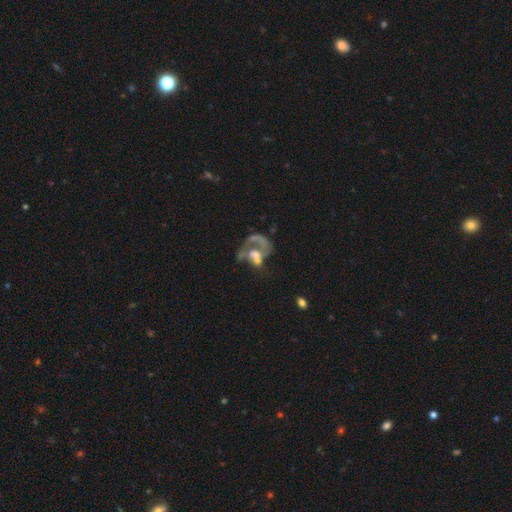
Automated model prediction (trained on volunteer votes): This is likely a featured or disk galaxy (68%). It is clearly not viewed edge-on (98%). Bar: likely no (77%). Spiral arm pattern: possibly yes (50%, tied with no). Central bulge: marginally moderate (44%). Merging: marginally merger (40%).